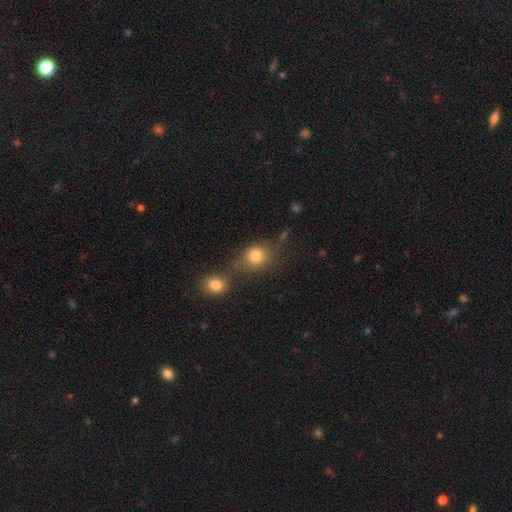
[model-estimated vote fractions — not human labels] A smooth galaxy with no disk features (81%) that is round (68%). Merging: none (48%).